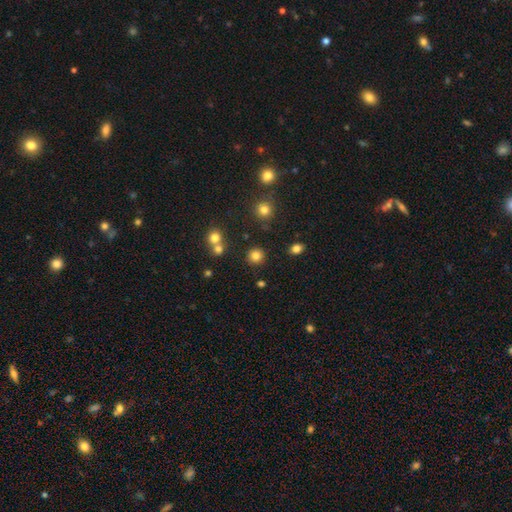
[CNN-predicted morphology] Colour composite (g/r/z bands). It shows a smooth galaxy with no disk features (81%) that is round (92%). Merging: none (87%).